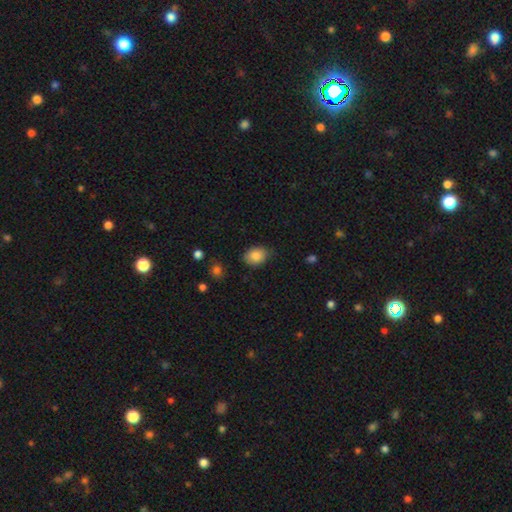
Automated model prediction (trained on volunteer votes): Overall: smooth (86%). How rounded: in between (66%; round 33%). Merging: none (77%).